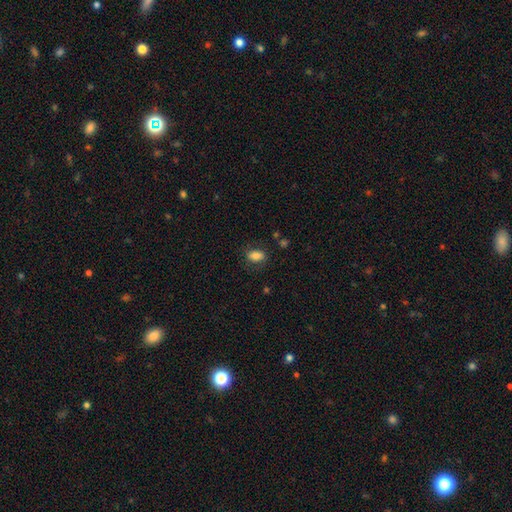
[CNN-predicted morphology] The model was most divided on "merging": none: 73%, minor disturbance: 17%, major disturbance: 8%, merger: 2%. More confident: how rounded — in between (84%); smooth or featured — smooth (78%).